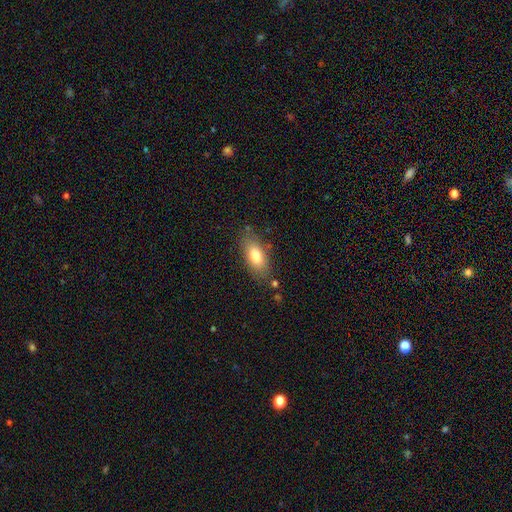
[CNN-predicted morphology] smooth_or_featured: smooth (p=0.78) [alt: featured or disk p=0.14]
how_rounded: in between (p=0.86) [alt: cigar-shaped p=0.10]
merging: none (p=0.79) [alt: minor disturbance p=0.14]